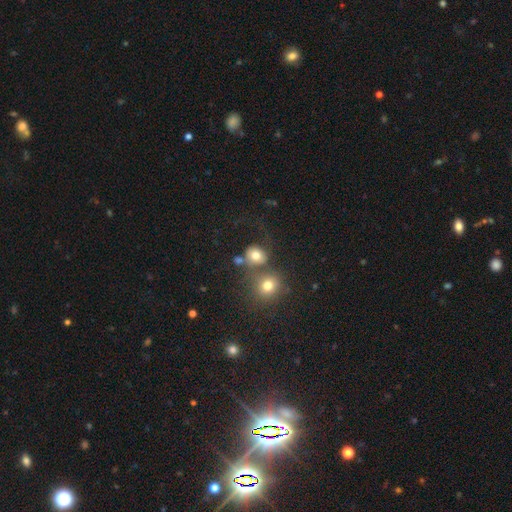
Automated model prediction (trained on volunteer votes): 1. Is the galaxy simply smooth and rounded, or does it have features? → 74% smooth, 13% star or artifact, 13% featured or disk.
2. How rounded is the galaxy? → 73% round, 26% in between, 1% cigar-shaped.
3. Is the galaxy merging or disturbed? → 49% none, 27% merger, 13% minor disturbance, 10% major disturbance.